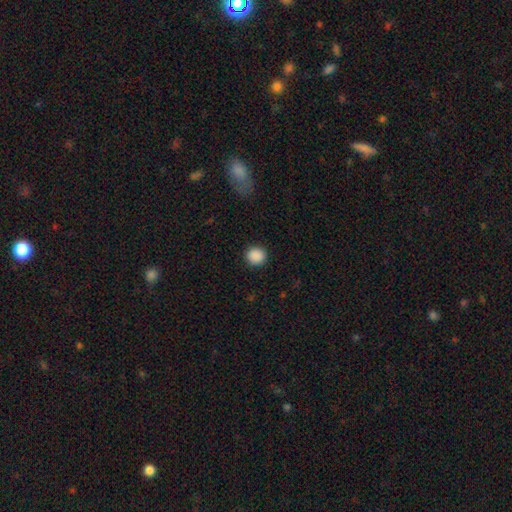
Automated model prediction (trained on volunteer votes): Smooth or featured? Predicted: smooth (p=0.89). How rounded? Predicted: round (p=0.90). Merging? Predicted: none (p=0.92).